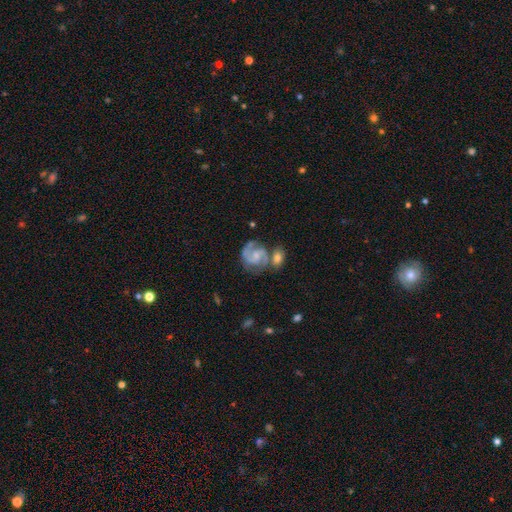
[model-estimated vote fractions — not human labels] Smooth or featured?
  - featured or disk: 83% *
  - smooth: 11%
  - star or artifact: 6%
Edge-on disk?
  - no: 98% *
  - yes: 2%
Bar?
  - no: 53% *
  - weak: 38%
  - strong: 8%
Spiral arms?
  - yes: 95% *
  - no: 5%
Spiral winding?
  - medium: 52% *
  - tight: 36%
  - loose: 13%
Spiral arm count?
  - 2: 80% *
  - can't tell: 7%
  - 3: 7%
  - 1: 3%
  - 4: 2%
  - more than 4: 1%
Bulge size?
  - small: 53% *
  - moderate: 33%
  - none: 10%
  - large: 2%
  - dominant: 1%
Merging?
  - none: 49% *
  - merger: 26%
  - minor disturbance: 16%
  - major disturbance: 9%